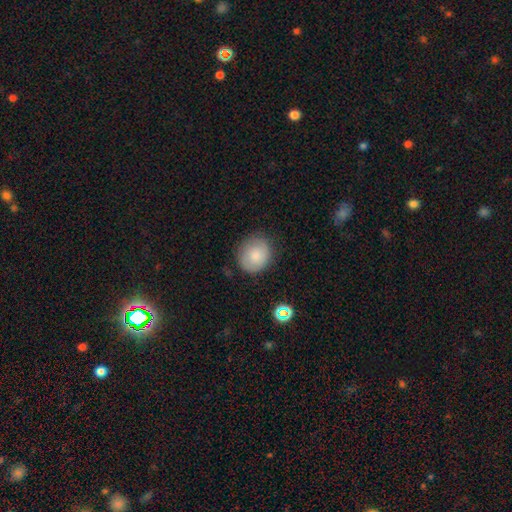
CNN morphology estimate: Overall: smooth (81%). How rounded: round (81%). Merging: none (79%).